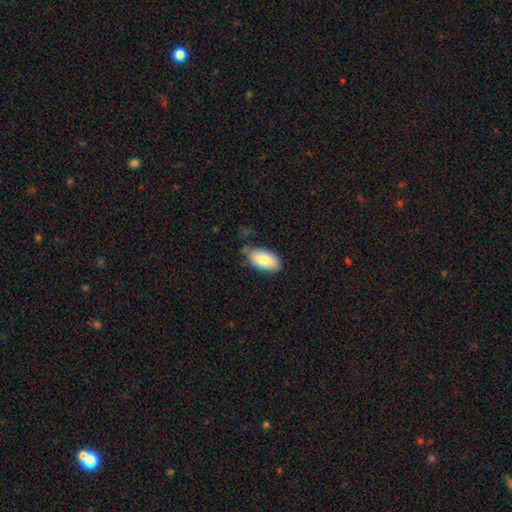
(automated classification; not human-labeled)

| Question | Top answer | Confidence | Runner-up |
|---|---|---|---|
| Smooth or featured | smooth | 83% | featured or disk (10%) |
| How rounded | in between | 95% | round (3%) |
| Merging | none | 73% | minor disturbance (20%) |